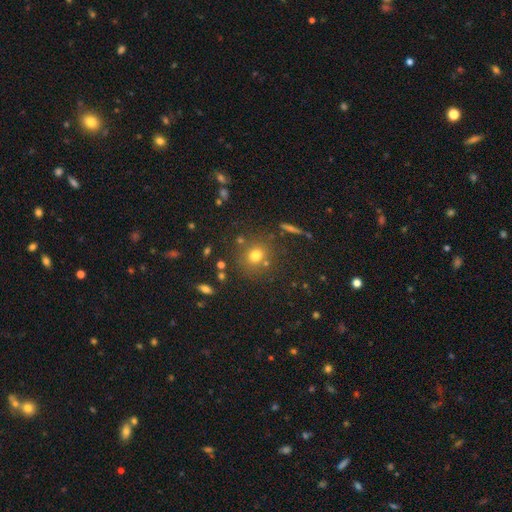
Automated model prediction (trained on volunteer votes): Morphology: type=smooth (72%); roundness=round (82%); merging=none (78%).